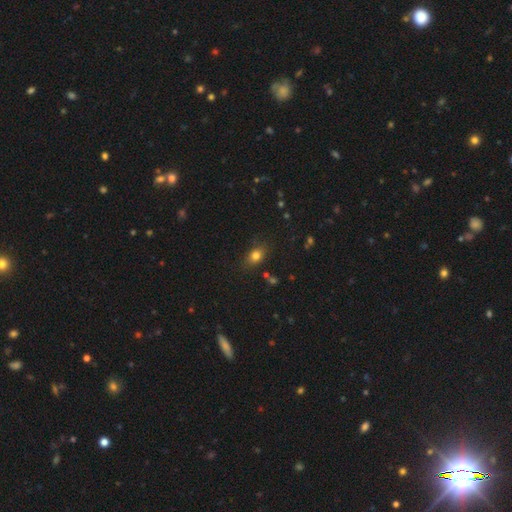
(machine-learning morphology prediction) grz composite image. It shows a smooth galaxy with no disk features (79%) that is in between round and cigar-shaped (66%). Merging: none (79%).